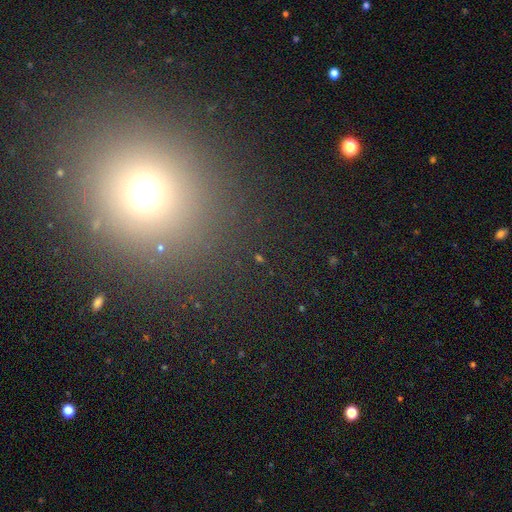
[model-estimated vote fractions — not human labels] Q: Smooth or featured?
A: smooth (58%); runner-up: star or artifact (35%)
Q: How rounded?
A: round (85%); runner-up: in between (13%)
Q: Merging?
A: none (88%); runner-up: minor disturbance (6%)